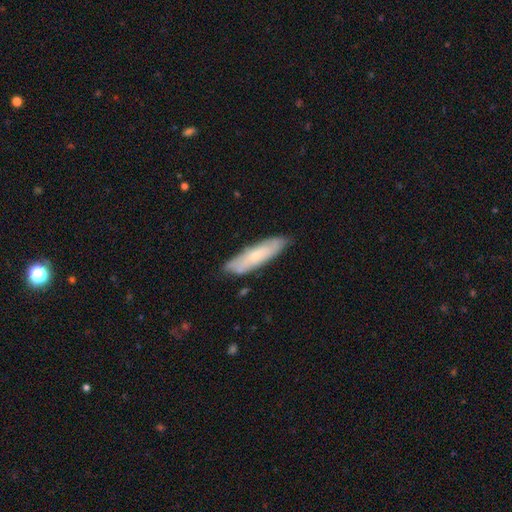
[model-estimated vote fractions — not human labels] This appears to be a smooth galaxy with no disk features (53%) that is cigar-shaped (65%). Merging: none (80%).